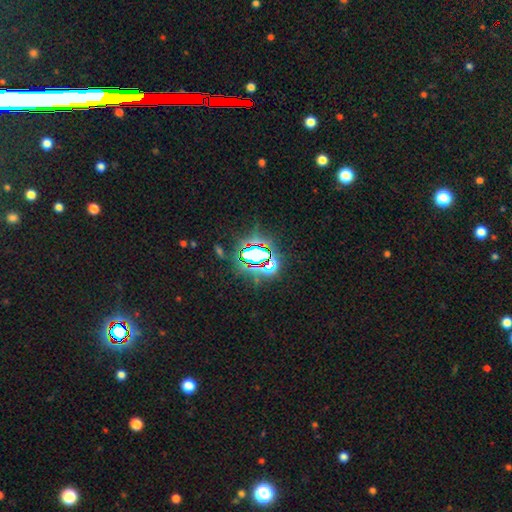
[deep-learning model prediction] Smooth or featured? Predicted: star or artifact (p=0.71).